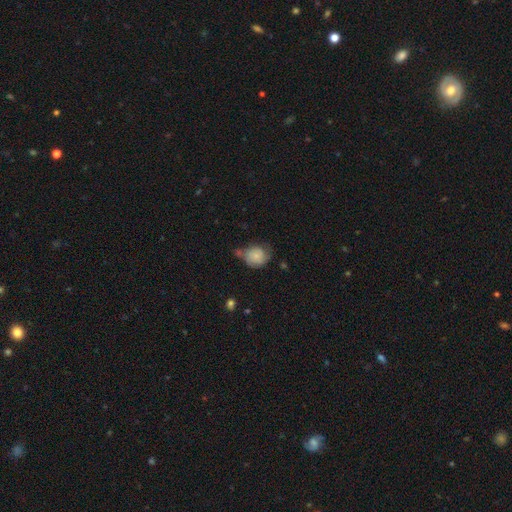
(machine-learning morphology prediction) Smooth or featured? smooth (64%)
How rounded? round (72%)
Merging? none (39%)